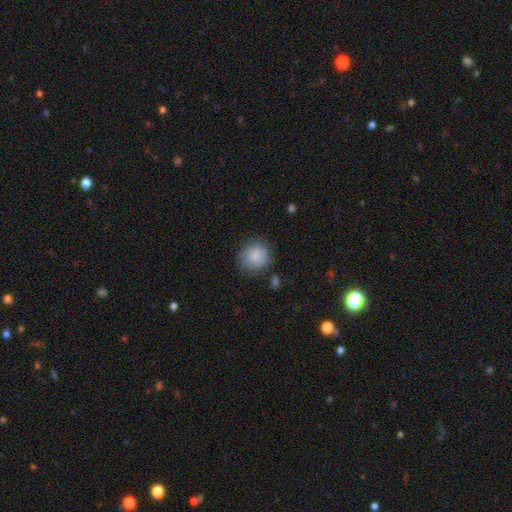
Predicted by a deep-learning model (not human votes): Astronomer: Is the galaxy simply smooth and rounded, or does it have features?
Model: smooth — 82%.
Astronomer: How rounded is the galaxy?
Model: round — 89%.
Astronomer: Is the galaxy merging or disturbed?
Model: none — 76%.